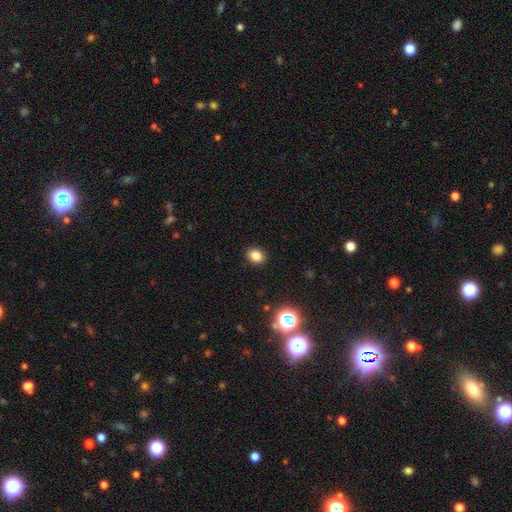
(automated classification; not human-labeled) Smooth or featured? Predicted: smooth (p=0.82). How rounded? Predicted: round (p=0.51). Merging? Predicted: none (p=0.90).